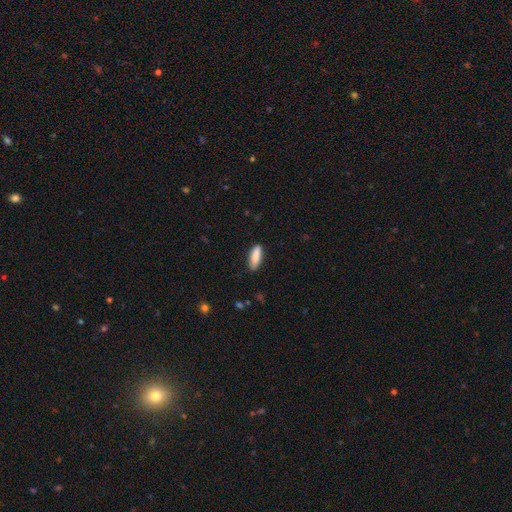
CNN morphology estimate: Smooth or featured: smooth — 88% (featured or disk — 6%)
How rounded: in between — 56% (cigar-shaped — 42%)
Merging: none — 81% (minor disturbance — 15%)